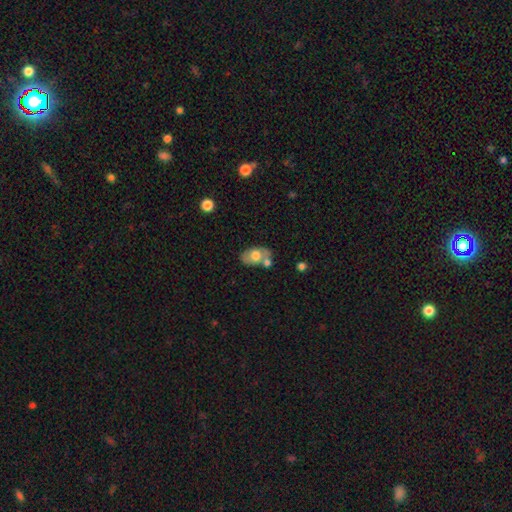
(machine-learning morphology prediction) Smooth or featured?
  - smooth: 59% *
  - featured or disk: 34%
  - star or artifact: 7%
How rounded?
  - in between: 86% *
  - round: 13%
  - cigar-shaped: 2%
Merging?
  - none: 53% *
  - merger: 25%
  - minor disturbance: 17%
  - major disturbance: 5%